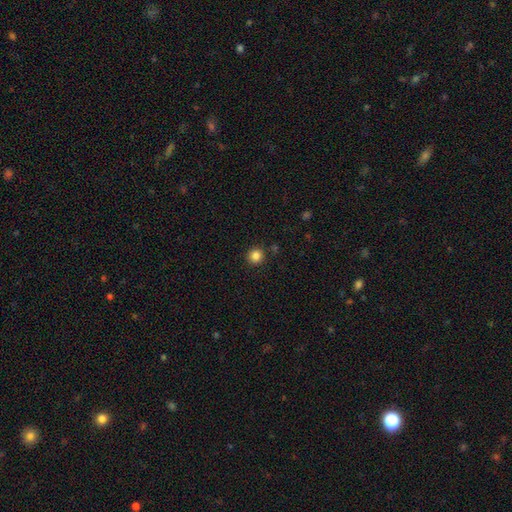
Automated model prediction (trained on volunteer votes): This is clearly a smooth galaxy (85%). How rounded: clearly round (93%). Merging: clearly none (88%).